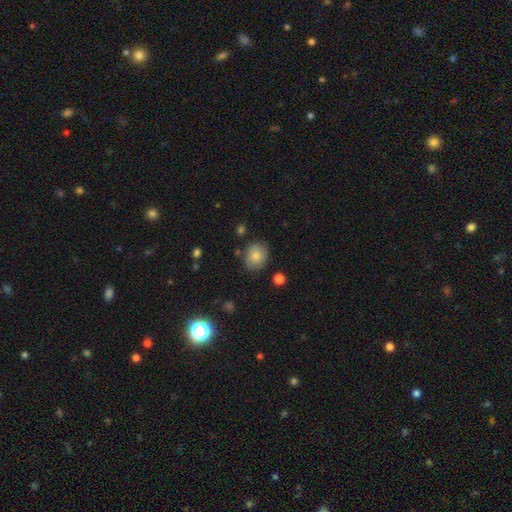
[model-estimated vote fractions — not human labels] Overall: smooth (79%). How rounded: round (65%; in between 34%). Merging: none (80%).